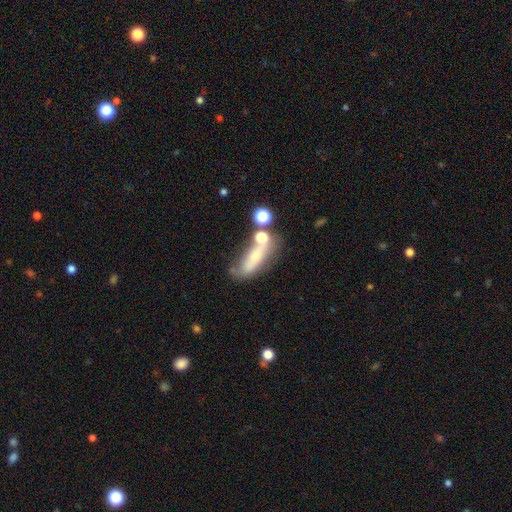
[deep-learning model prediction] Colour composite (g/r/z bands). It shows a smooth galaxy with no disk features (54%) that is in between round and cigar-shaped (53%). Merging: none (39%).